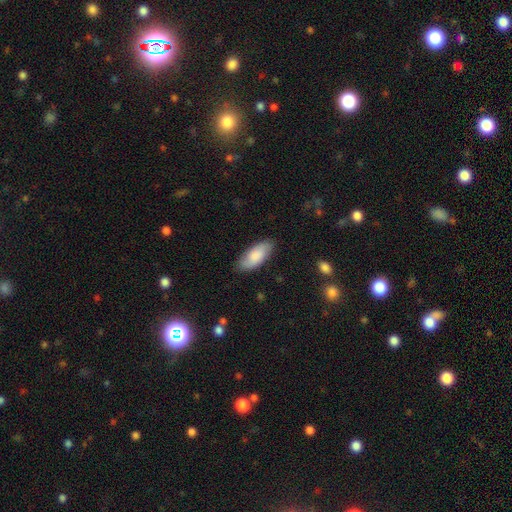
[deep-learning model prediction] Smooth or featured?
  - smooth: 78% *
  - featured or disk: 16%
  - star or artifact: 6%
How rounded?
  - in between: 86% *
  - cigar-shaped: 13%
  - round: 2%
Merging?
  - none: 84% *
  - minor disturbance: 12%
  - major disturbance: 3%
  - merger: 1%